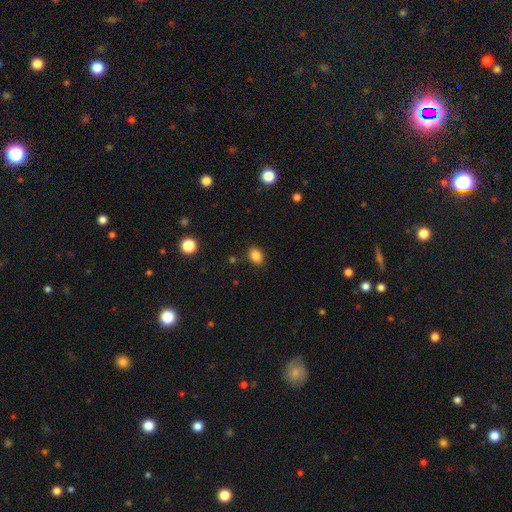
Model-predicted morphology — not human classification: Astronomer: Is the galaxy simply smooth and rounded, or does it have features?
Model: smooth — 85%.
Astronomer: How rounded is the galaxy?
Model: in between — 73%.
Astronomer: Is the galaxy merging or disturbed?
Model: none — 87%.